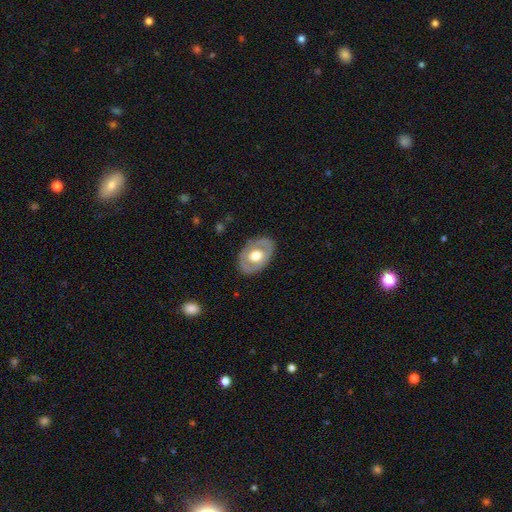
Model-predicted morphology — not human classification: type=featured or disk (55%); edge-on=no (91%); bar=no (85%); spiral arms=no (82%); bulge=moderate (55%); merging=none (81%).